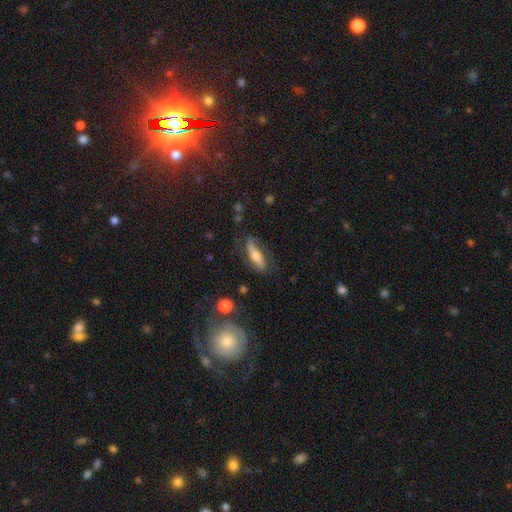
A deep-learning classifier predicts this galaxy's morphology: A smooth galaxy with no disk features (48%). Merging: none (69%).